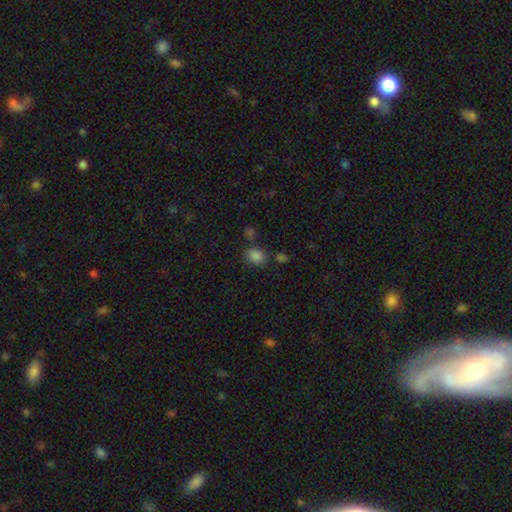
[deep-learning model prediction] A smooth galaxy with no disk features (83%) that is in between round and cigar-shaped (51%).

Vote fractions:
- Smooth or featured? smooth: 83% / star or artifact: 13% / featured or disk: 4%
- How rounded? in between: 51% / round: 48% / cigar-shaped: 1%
- Merging? none: 71% / minor disturbance: 14% / merger: 10% / major disturbance: 5%